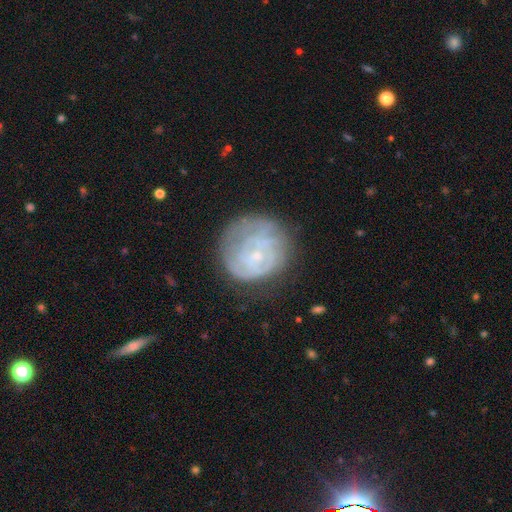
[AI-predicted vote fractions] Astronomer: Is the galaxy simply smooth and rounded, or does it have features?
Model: featured or disk — 66%.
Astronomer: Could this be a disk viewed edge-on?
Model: no — 98%.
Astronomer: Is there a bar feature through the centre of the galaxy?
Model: no — 75%.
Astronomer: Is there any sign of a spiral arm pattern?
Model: yes — 76%.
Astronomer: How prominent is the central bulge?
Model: small — 78%.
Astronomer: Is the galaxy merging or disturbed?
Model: none — 65%.